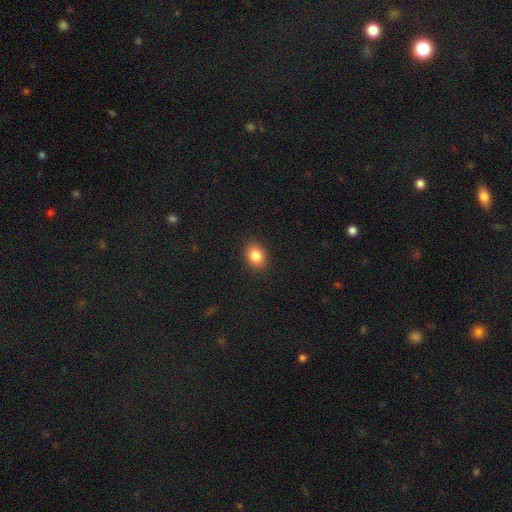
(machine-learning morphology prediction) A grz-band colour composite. It shows a smooth galaxy with no disk features (85%) that is in between round and cigar-shaped (62%). Merging: none (90%).